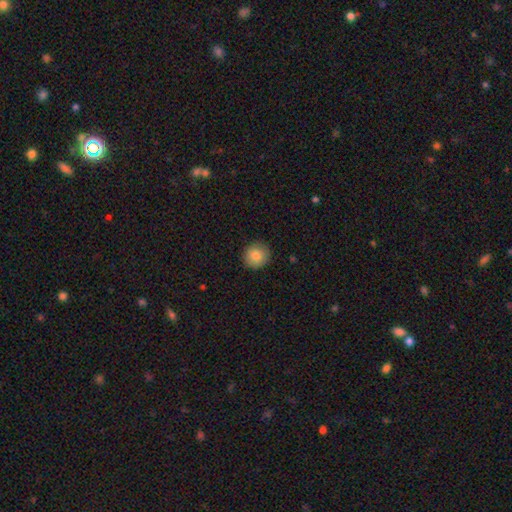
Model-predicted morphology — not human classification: Smooth or featured: smooth — 84% (star or artifact — 8%)
How rounded: round — 92% (in between — 7%)
Merging: none — 90% (minor disturbance — 7%)